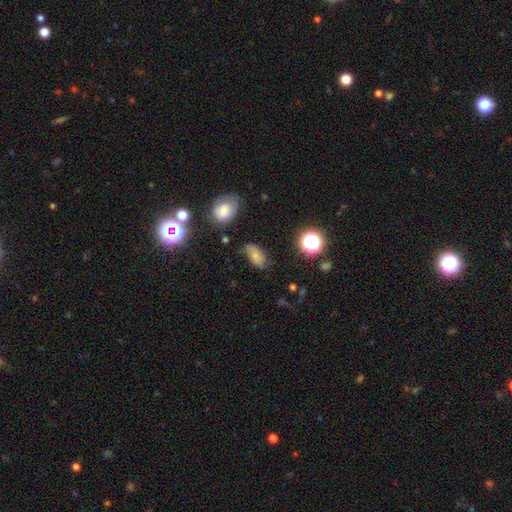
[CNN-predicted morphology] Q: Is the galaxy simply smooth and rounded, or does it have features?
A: smooth — 67%.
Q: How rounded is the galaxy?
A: in between — 88%.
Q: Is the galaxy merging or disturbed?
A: none — 61%.